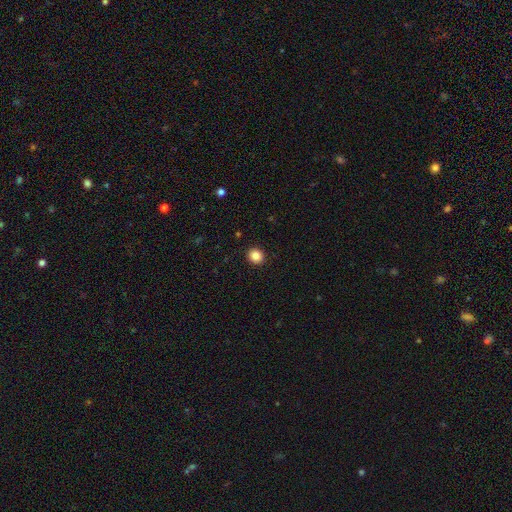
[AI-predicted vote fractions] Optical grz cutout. It shows a smooth galaxy with no disk features (85%) that is round (82%). Merging: none (92%).